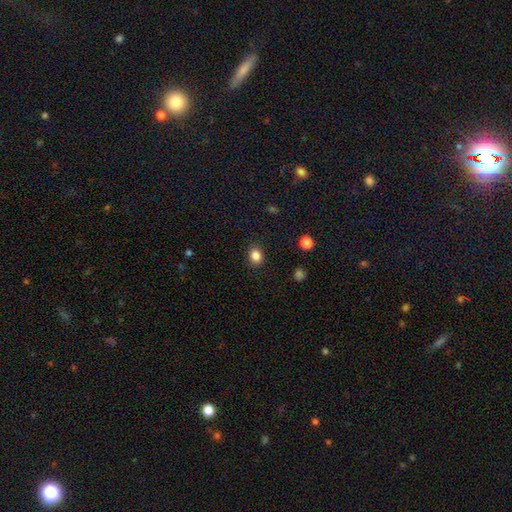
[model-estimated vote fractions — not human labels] This appears to be a smooth galaxy with no disk features (85%) that is round (60%). Merging: none (88%).